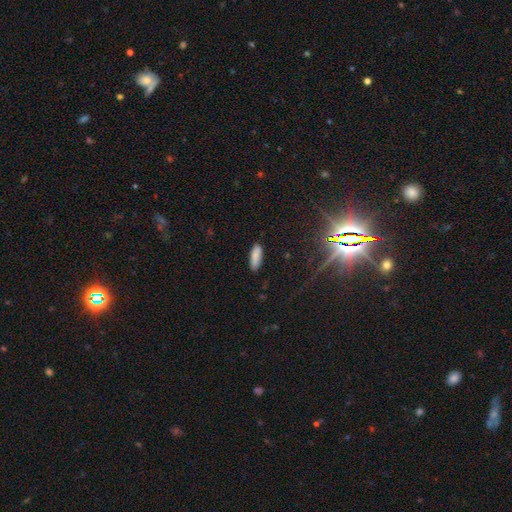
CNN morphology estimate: The model was most divided on "how rounded": in between: 63%, cigar-shaped: 36%, round: 2%. More confident: smooth or featured — smooth (86%); merging — none (85%).